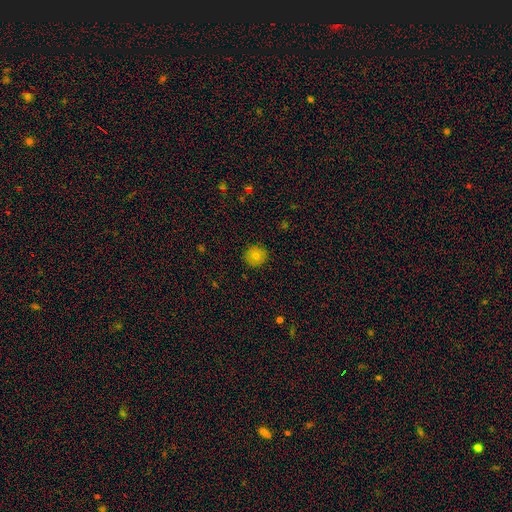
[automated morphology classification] Smooth or featured? Predicted: smooth (p=0.76). How rounded? Predicted: round (p=0.93). Merging? Predicted: none (p=0.90).